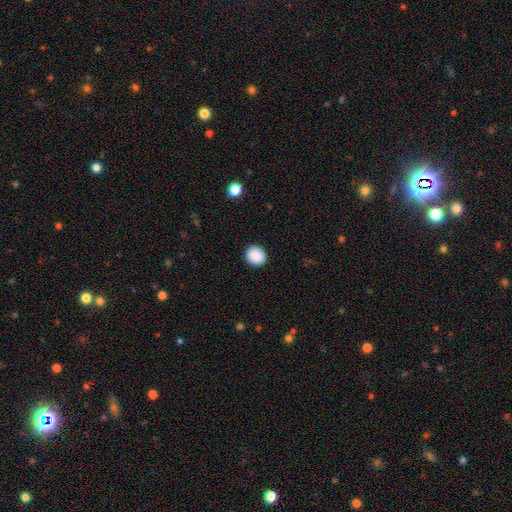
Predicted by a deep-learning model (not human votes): smooth 89%, star or artifact 8%, featured or disk 3%. Down the decision tree: how rounded — round (87%); merging — none (91%).